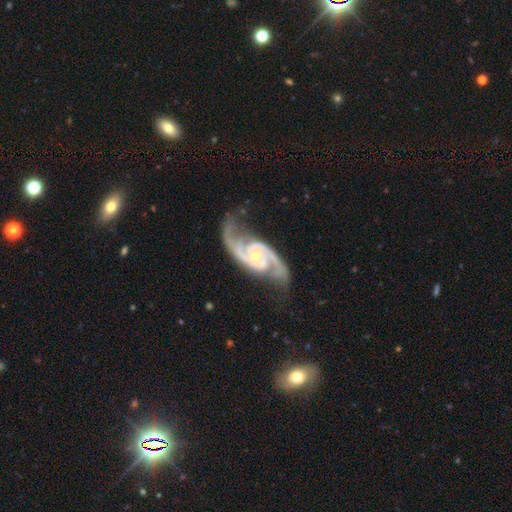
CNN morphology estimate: Smooth or featured? featured or disk (93%)
Edge-on disk? no (97%)
Bar? no (60%)
Spiral arms? yes (99%)
Spiral winding? medium (57%)
Spiral arm count? 2 (91%)
Bulge size? small (61%)
Merging? none (70%)